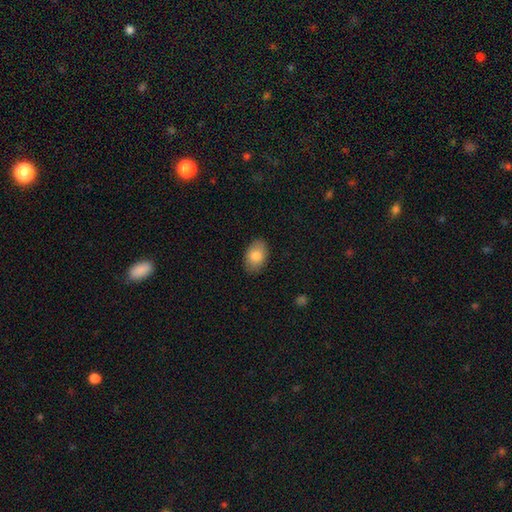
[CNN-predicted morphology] This is clearly a smooth galaxy (82%). How rounded: clearly in between (88%). Merging: clearly none (87%).